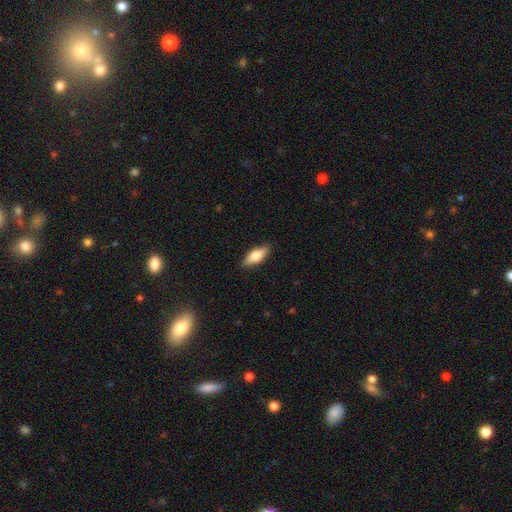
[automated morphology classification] Q: Smooth or featured?
A: smooth (71%); runner-up: featured or disk (23%)
Q: How rounded?
A: in between (74%); runner-up: cigar-shaped (24%)
Q: Merging?
A: none (88%); runner-up: minor disturbance (9%)